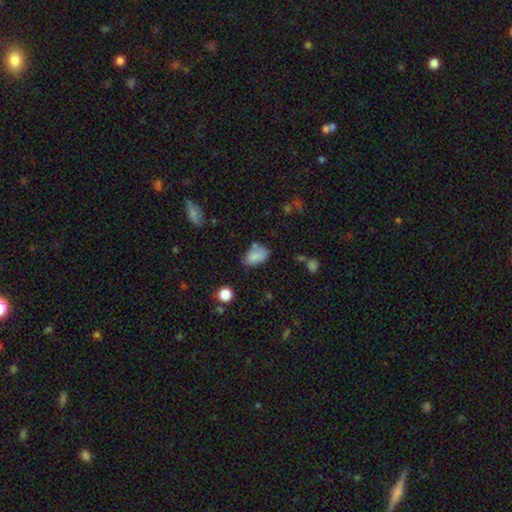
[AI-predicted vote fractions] Smooth or featured? smooth (83%)
How rounded? in between (87%)
Merging? none (57%)